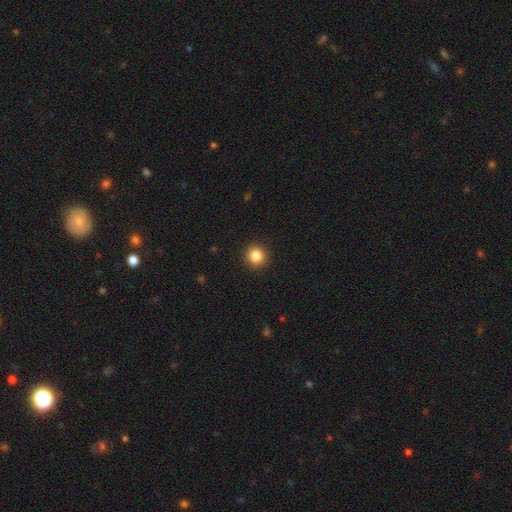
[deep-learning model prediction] A smooth galaxy with no disk features (85%) that is round (93%).

Vote fractions:
- Smooth or featured? smooth: 85% / star or artifact: 11% / featured or disk: 4%
- How rounded? round: 93% / in between: 6% / cigar-shaped: 1%
- Merging? none: 93% / minor disturbance: 5% / major disturbance: 2% / merger: 1%